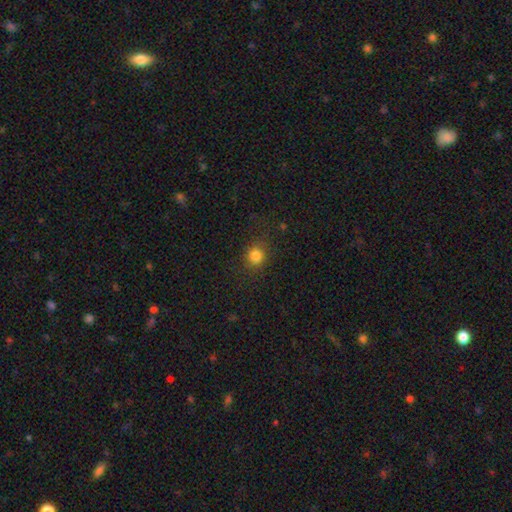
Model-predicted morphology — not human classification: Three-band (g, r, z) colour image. It shows a smooth galaxy with no disk features (82%) that is round (80%). Merging: none (83%).